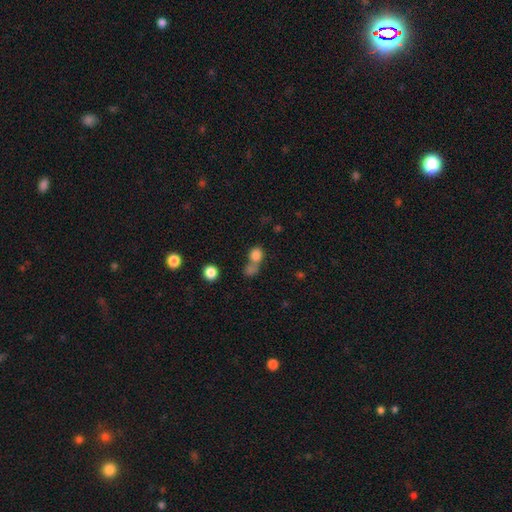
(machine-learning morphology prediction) The model was most divided on "merging": merger: 51%, none: 34%, minor disturbance: 9%, major disturbance: 7%. More confident: smooth or featured — smooth (79%); how rounded — round (64%).